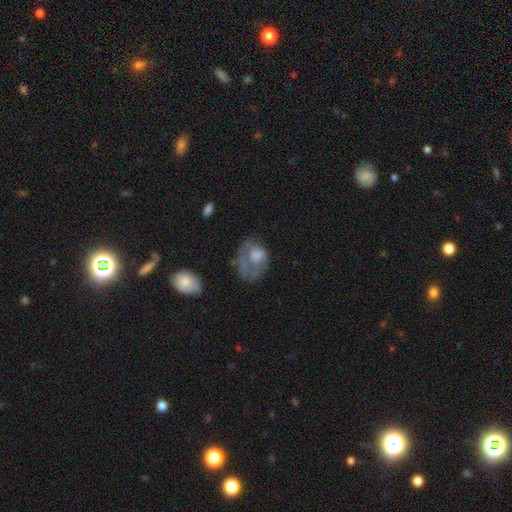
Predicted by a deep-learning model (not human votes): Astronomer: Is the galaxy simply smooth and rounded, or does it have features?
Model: smooth — 47% (runner-up: featured or disk, 42%).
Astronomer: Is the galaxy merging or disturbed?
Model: major disturbance — 36% (runner-up: none, 35%).